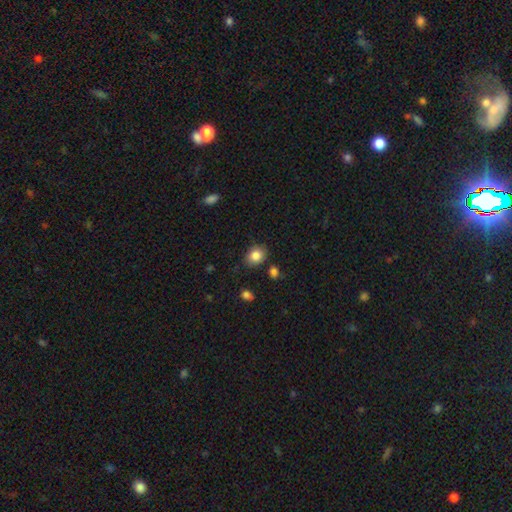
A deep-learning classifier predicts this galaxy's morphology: Smooth or featured? smooth (84%)
How rounded? round (55%)
Merging? none (79%)